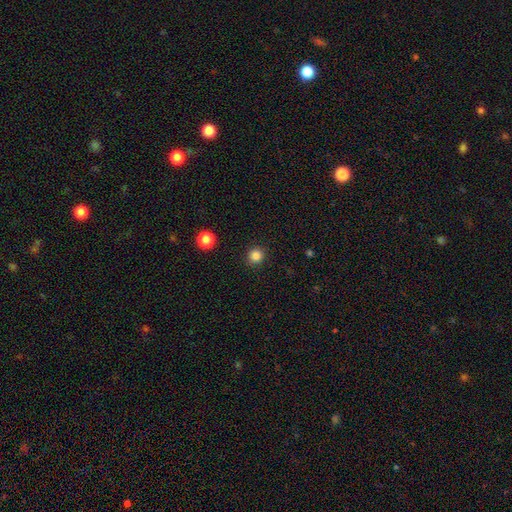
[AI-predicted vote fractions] Q: Smooth or featured?
A: smooth (83%); runner-up: star or artifact (13%)
Q: How rounded?
A: round (94%); runner-up: in between (5%)
Q: Merging?
A: none (92%); runner-up: minor disturbance (5%)